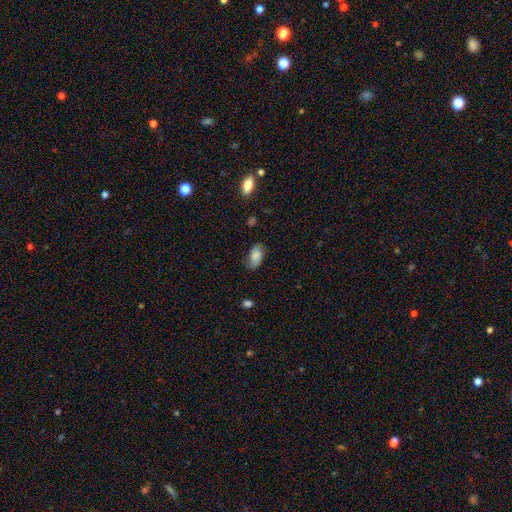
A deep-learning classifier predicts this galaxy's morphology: This is likely a smooth galaxy (70%). How rounded: clearly in between (93%). Merging: likely none (70%).